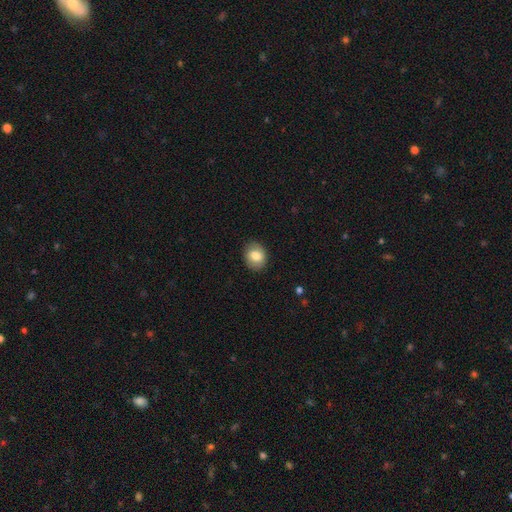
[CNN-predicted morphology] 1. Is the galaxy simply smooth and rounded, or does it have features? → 77% smooth, 15% featured or disk, 8% star or artifact.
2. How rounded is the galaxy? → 55% round, 44% in between, 1% cigar-shaped.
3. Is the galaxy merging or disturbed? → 85% none, 11% minor disturbance, 3% major disturbance, 1% merger.